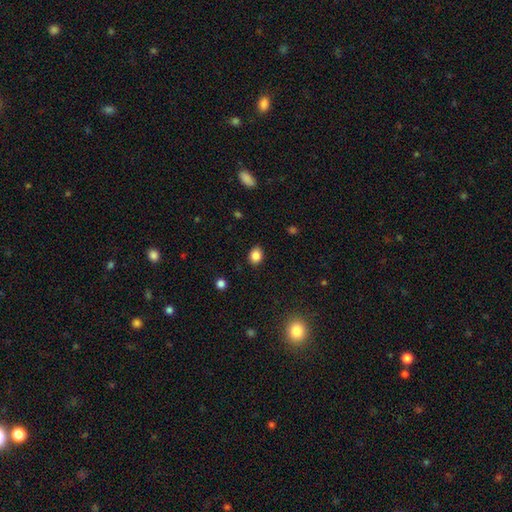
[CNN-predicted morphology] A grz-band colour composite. It shows a smooth galaxy with no disk features (85%) that is in between round and cigar-shaped (51%). Merging: none (88%).